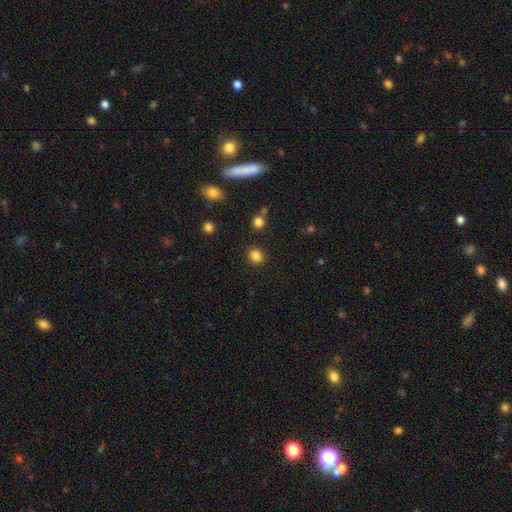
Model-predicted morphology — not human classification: smooth 83%, star or artifact 13%, featured or disk 4%. Down the decision tree: how rounded — round (79%); merging — none (87%).